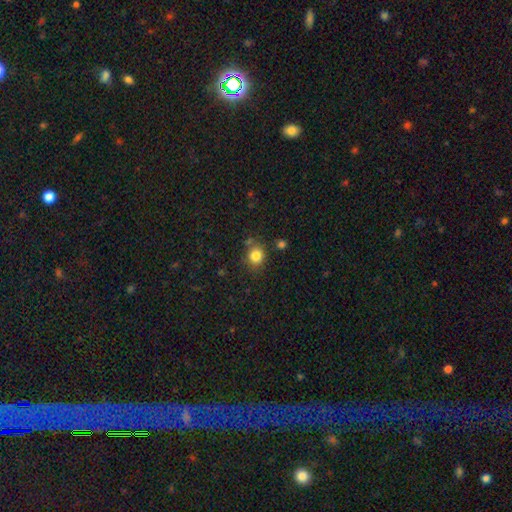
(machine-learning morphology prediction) Smooth or featured?
  - smooth: 83% *
  - star or artifact: 12%
  - featured or disk: 6%
How rounded?
  - round: 80% *
  - in between: 19%
  - cigar-shaped: 1%
Merging?
  - none: 75% *
  - minor disturbance: 14%
  - merger: 6%
  - major disturbance: 4%